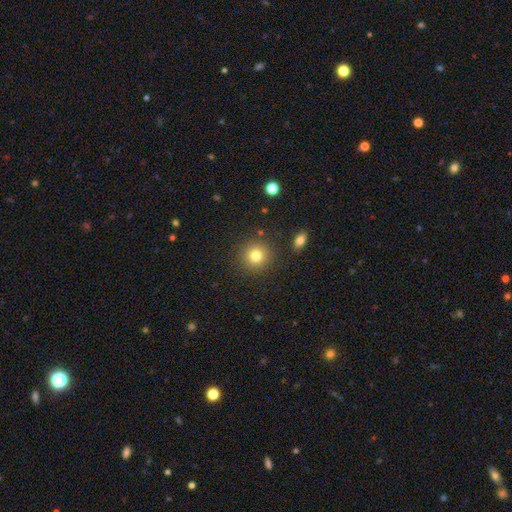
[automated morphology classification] A smooth galaxy with no disk features (80%) that is round (92%).

Vote fractions:
- Smooth or featured? smooth: 80% / star or artifact: 12% / featured or disk: 8%
- How rounded? round: 92% / in between: 7% / cigar-shaped: 1%
- Merging? none: 88% / minor disturbance: 7% / major disturbance: 3% / merger: 2%